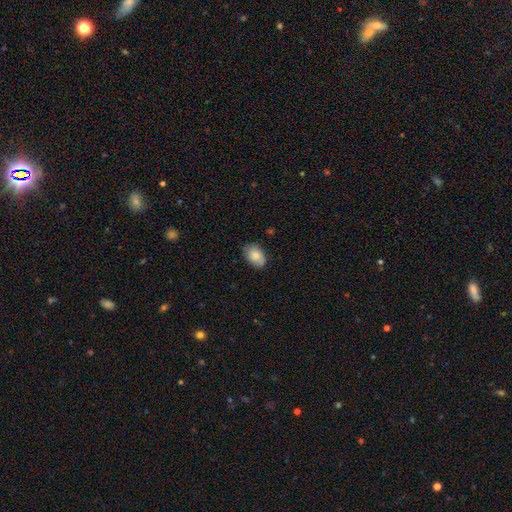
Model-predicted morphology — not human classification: Smooth or featured? Predicted: smooth (p=0.82). How rounded? Predicted: in between (p=0.85). Merging? Predicted: none (p=0.77).